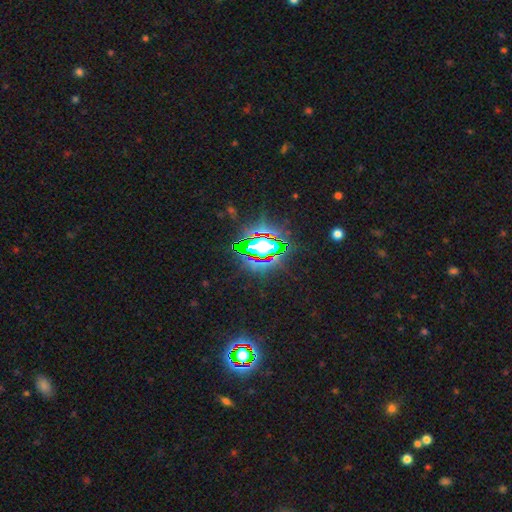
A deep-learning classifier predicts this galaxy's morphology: type=star or artifact (81%).